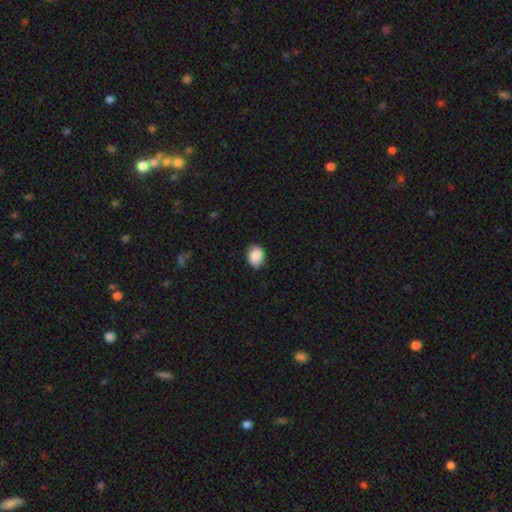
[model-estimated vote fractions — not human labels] Q: Smooth or featured?
A: smooth (87%); runner-up: star or artifact (7%)
Q: How rounded?
A: in between (59%); runner-up: round (40%)
Q: Merging?
A: none (86%); runner-up: minor disturbance (11%)